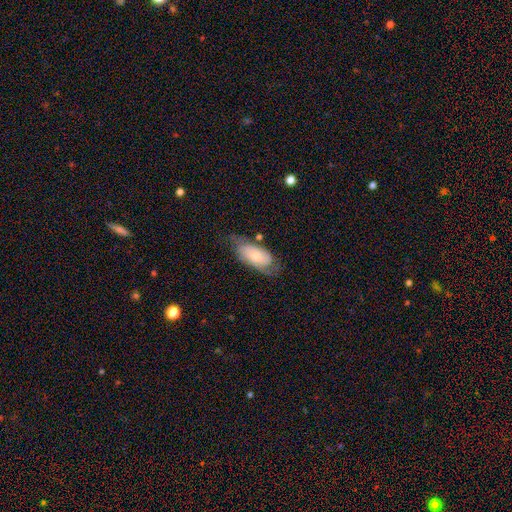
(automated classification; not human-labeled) This appears to be a smooth galaxy with no disk features (52%) that is in between round and cigar-shaped (90%). Merging: none (53%).